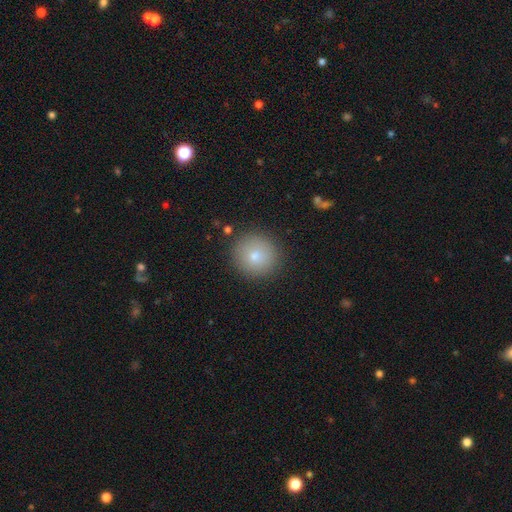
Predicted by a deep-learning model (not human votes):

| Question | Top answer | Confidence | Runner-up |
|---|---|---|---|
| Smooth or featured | smooth | 79% | featured or disk (11%) |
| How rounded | round | 94% | in between (5%) |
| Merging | none | 88% | minor disturbance (8%) |